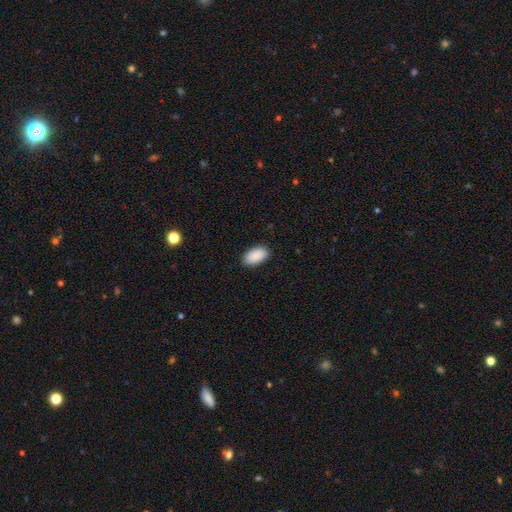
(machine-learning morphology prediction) Smooth or featured: smooth — 91% (star or artifact — 6%)
How rounded: in between — 95% (round — 3%)
Merging: none — 88% (minor disturbance — 9%)